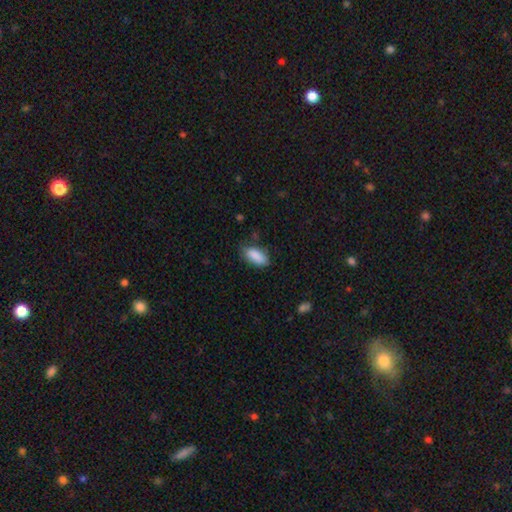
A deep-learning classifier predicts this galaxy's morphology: smooth 89%, star or artifact 7%, featured or disk 5%. Down the decision tree: how rounded — in between (87%); merging — none (72%).